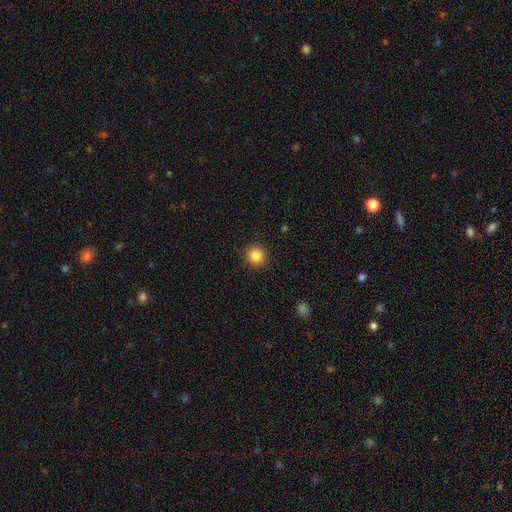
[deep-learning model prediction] Smooth or featured?
  - smooth: 86% *
  - star or artifact: 11%
  - featured or disk: 4%
How rounded?
  - round: 93% *
  - in between: 7%
  - cigar-shaped: 1%
Merging?
  - none: 91% *
  - minor disturbance: 6%
  - major disturbance: 2%
  - merger: 1%